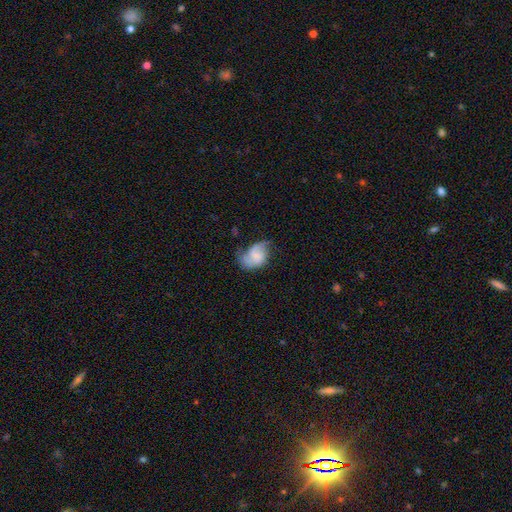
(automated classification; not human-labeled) featured or disk 53%, smooth 39%, star or artifact 8%. Down the decision tree: edge-on disk — no (97%); bar — no (54%); spiral arms — yes (85%); bulge size — none (42%); merging — none (40%).